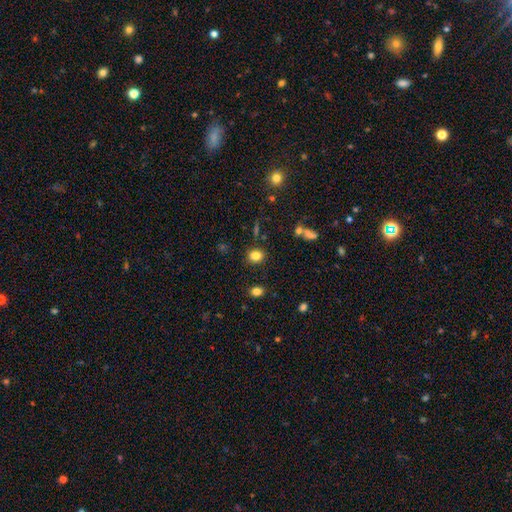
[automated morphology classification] Overall: smooth (82%). How rounded: round (62%; in between 37%). Merging: none (86%).